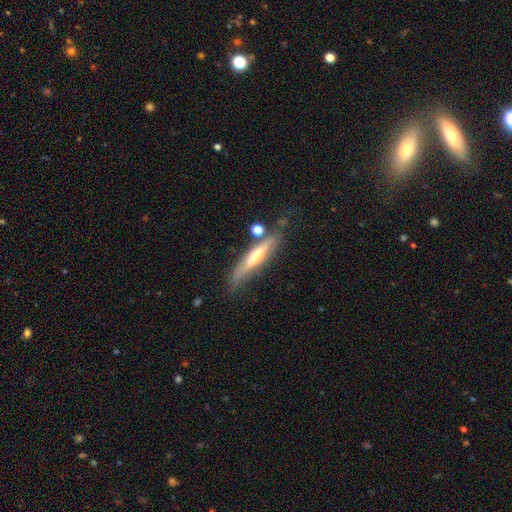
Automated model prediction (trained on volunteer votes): This is likely a featured or disk galaxy (61%). It is clearly viewed edge-on (90%). Edge-on bulge: likely rounded (75%). Merging: likely none (68%).